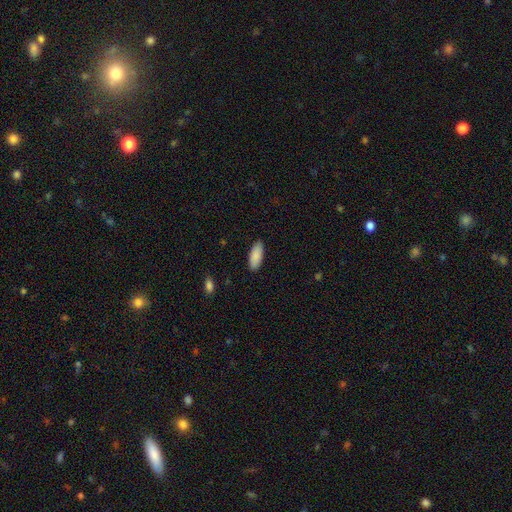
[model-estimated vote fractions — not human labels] This appears to be a smooth galaxy with no disk features (90%) that is in between round and cigar-shaped (80%). Merging: none (89%).